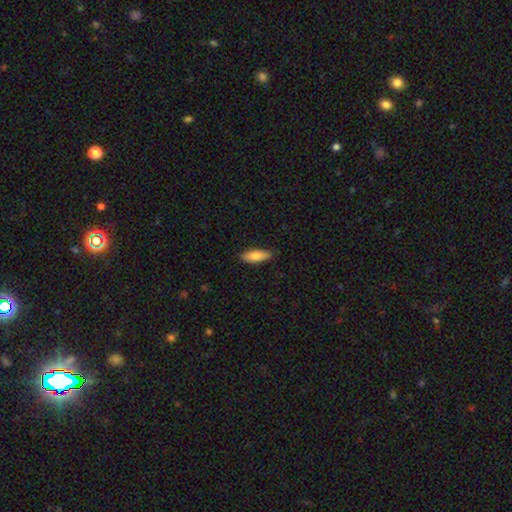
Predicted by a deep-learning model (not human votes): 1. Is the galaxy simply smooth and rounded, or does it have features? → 82% smooth, 12% featured or disk, 6% star or artifact.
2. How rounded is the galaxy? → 56% in between, 43% cigar-shaped, 2% round.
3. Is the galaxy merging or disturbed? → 86% none, 11% minor disturbance, 2% major disturbance, 1% merger.